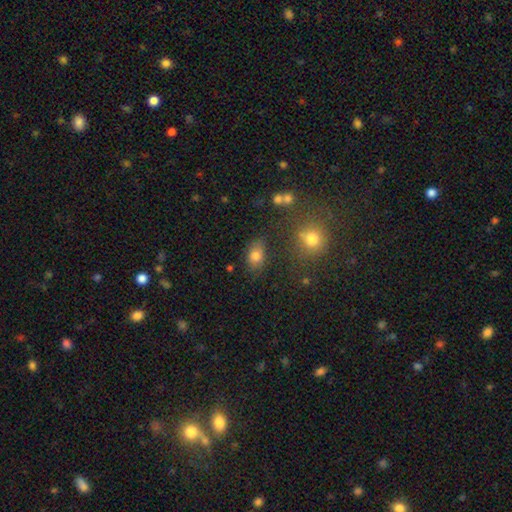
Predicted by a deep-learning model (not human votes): smooth-or-featured: smooth: 78% | star or artifact: 13% | featured or disk: 9%
  how-rounded: in between: 76% | round: 22% | cigar-shaped: 2%
  merging: none: 73% | minor disturbance: 16% | merger: 6% | major disturbance: 5%